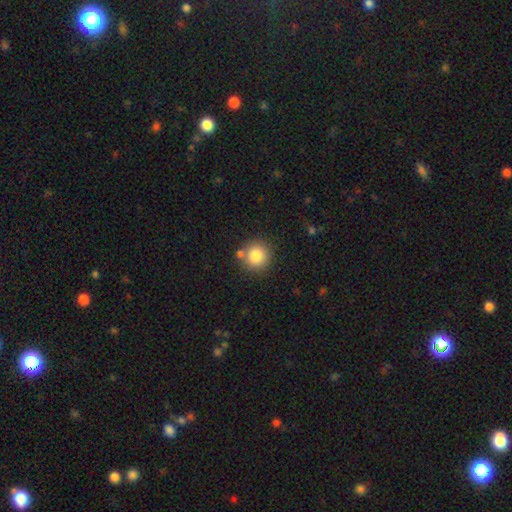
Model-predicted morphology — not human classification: type=smooth (83%); roundness=round (93%); merging=none (78%).